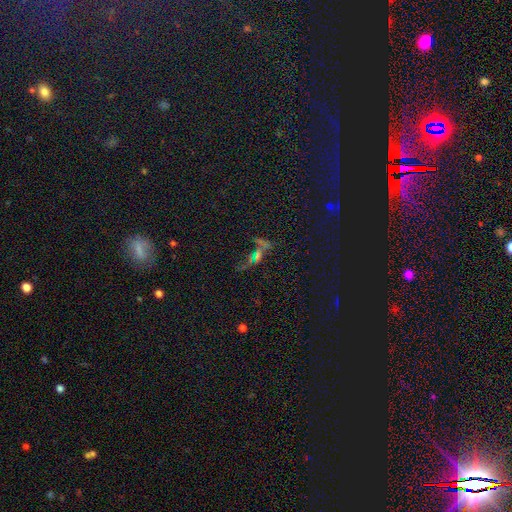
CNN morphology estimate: smooth-or-featured: star or artifact: 51% | smooth: 27% | featured or disk: 22%